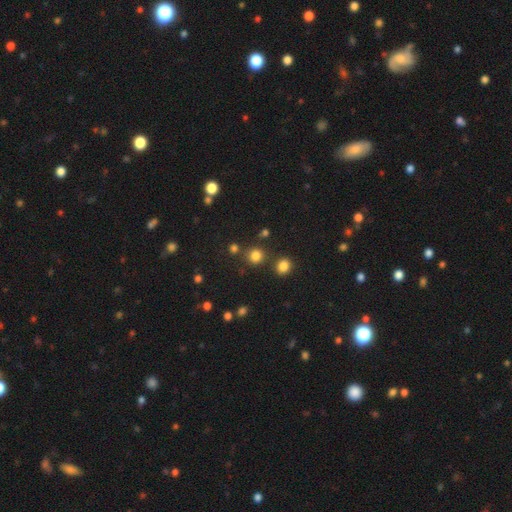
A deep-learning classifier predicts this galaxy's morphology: smooth-or-featured: smooth: 80% | star or artifact: 15% | featured or disk: 5%
  how-rounded: round: 89% | in between: 10% | cigar-shaped: 1%
  merging: none: 80% | merger: 9% | minor disturbance: 8% | major disturbance: 3%